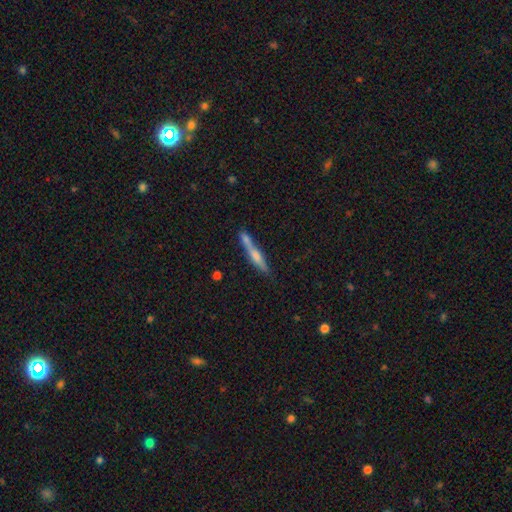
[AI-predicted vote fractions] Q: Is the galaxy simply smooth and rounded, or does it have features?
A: smooth — 51%.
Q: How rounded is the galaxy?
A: cigar-shaped — 89%.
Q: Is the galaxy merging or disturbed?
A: none — 56%.